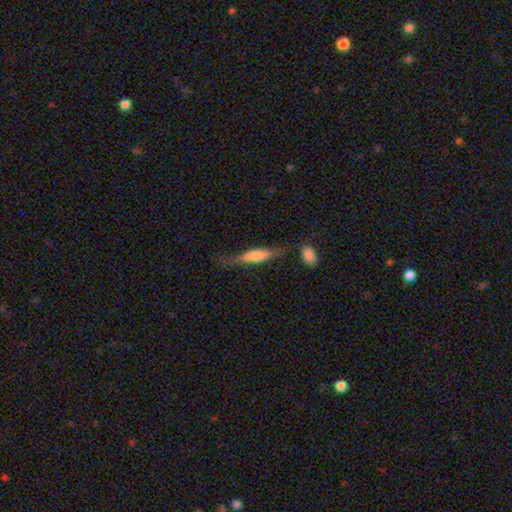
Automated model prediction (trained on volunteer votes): Smooth or featured? Predicted: smooth (p=0.47). Merging? Predicted: none (p=0.57).